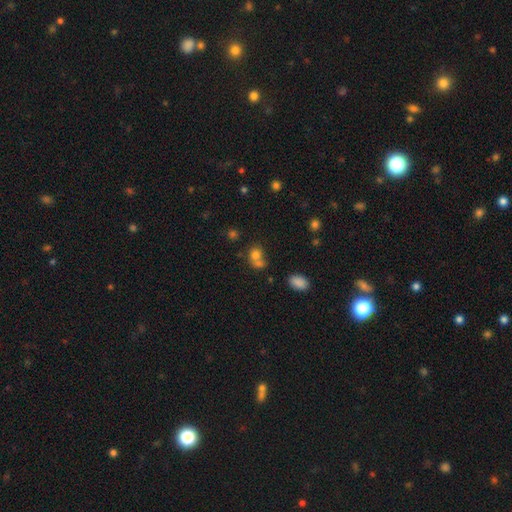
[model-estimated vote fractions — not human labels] This is likely a smooth galaxy (75%). How rounded: likely round (63%). Merging: possibly merger (50%).